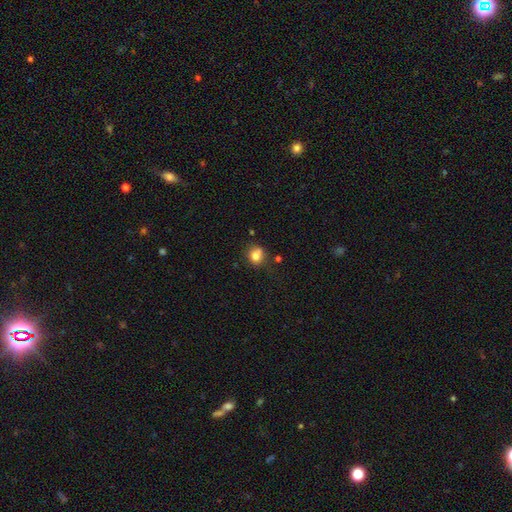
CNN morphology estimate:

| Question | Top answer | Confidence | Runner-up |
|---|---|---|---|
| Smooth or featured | smooth | 77% | star or artifact (12%) |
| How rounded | round | 78% | in between (21%) |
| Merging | none | 55% | merger (20%) |